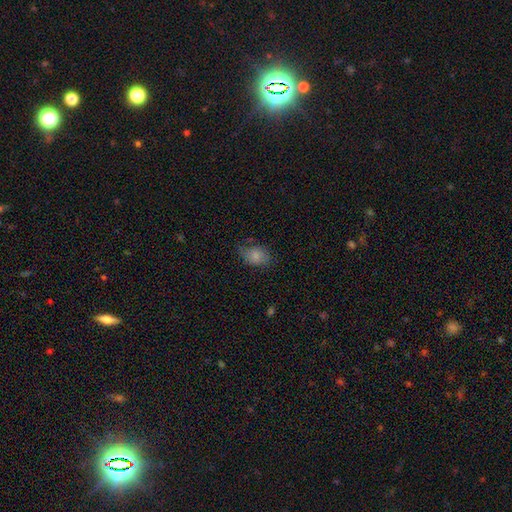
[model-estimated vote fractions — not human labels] This appears to be a smooth galaxy with no disk features (79%) that is in between round and cigar-shaped (80%). Merging: none (59%).